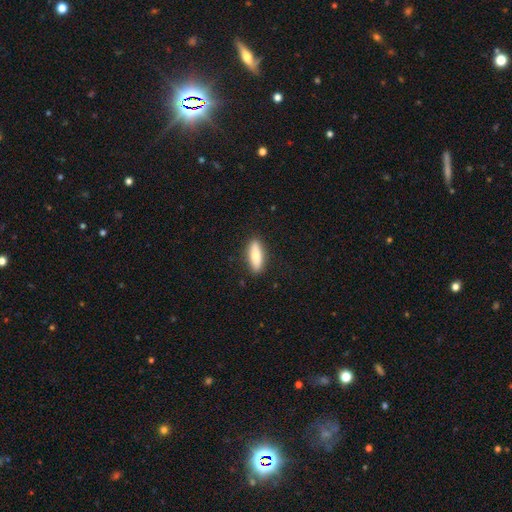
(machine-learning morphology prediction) Smooth or featured? smooth (73%)
How rounded? in between (50%)
Merging? none (89%)